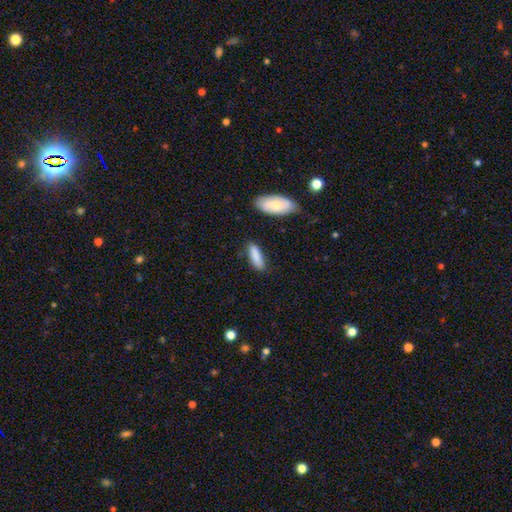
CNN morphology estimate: type=smooth (86%); roundness=cigar-shaped (51%); merging=none (79%).